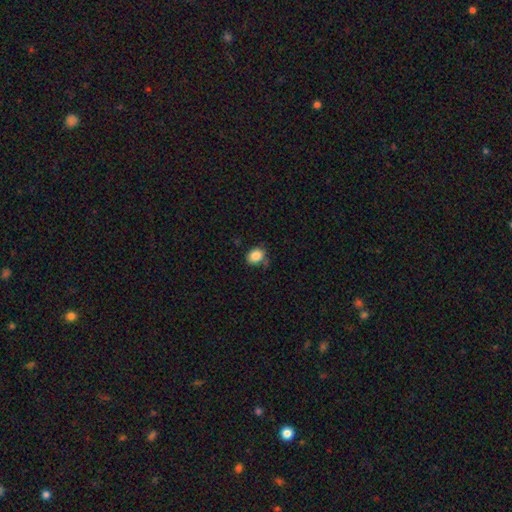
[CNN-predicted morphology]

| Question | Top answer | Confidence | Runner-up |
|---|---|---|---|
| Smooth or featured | smooth | 86% | star or artifact (9%) |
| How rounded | in between | 56% | round (43%) |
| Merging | none | 71% | minor disturbance (20%) |